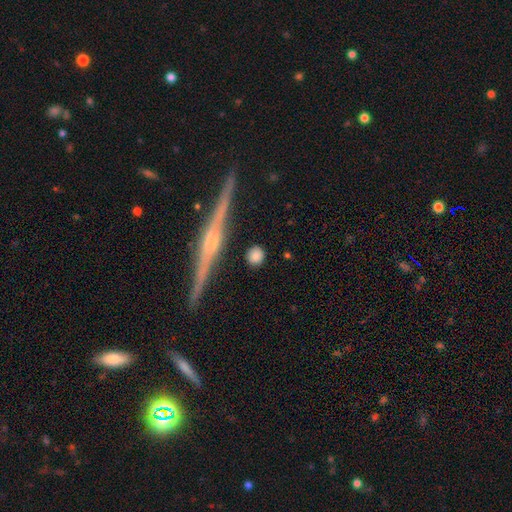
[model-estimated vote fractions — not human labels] This appears to be a smooth galaxy with no disk features (83%) that is round (89%). Merging: none (87%).